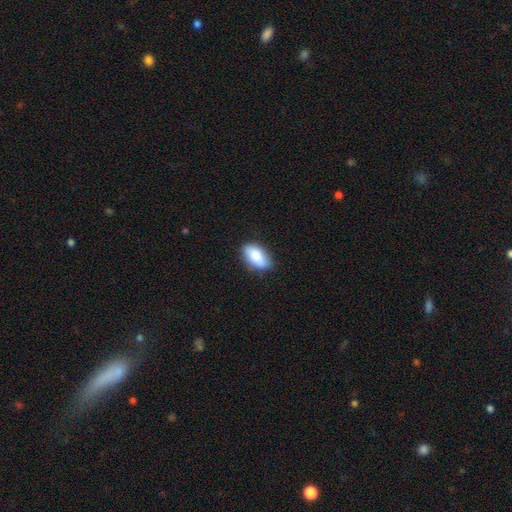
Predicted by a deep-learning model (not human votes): smooth-or-featured: smooth: 79% | featured or disk: 14% | star or artifact: 7%
  how-rounded: in between: 91% | round: 5% | cigar-shaped: 4%
  merging: none: 81% | minor disturbance: 15% | major disturbance: 3% | merger: 1%